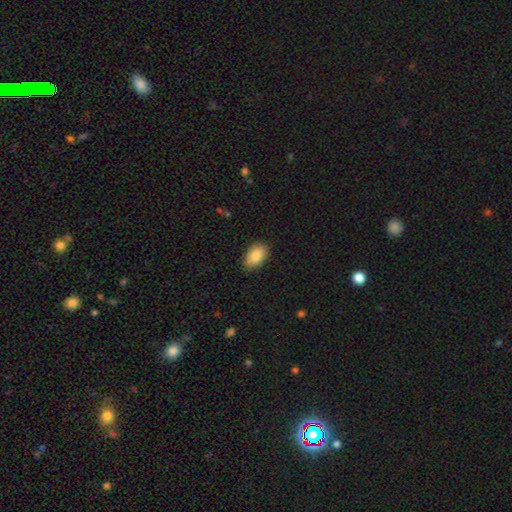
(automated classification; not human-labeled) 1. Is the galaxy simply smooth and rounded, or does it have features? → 86% smooth, 7% featured or disk, 7% star or artifact.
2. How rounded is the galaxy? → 92% in between, 6% round, 1% cigar-shaped.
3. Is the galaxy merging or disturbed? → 87% none, 10% minor disturbance, 2% major disturbance, 1% merger.